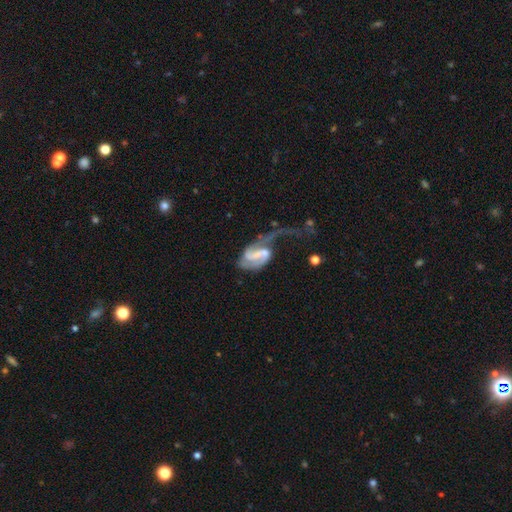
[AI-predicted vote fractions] Smooth or featured: featured or disk — 80% (smooth — 14%)
Edge-on disk: no — 98% (yes — 2%)
Bar: weak — 46% (strong — 28%)
Spiral arms: yes — 91% (no — 9%)
Spiral winding: loose — 53% (medium — 33%)
Spiral arm count: 2 — 68% (1 — 22%)
Bulge size: none — 42% (small — 29%)
Merging: major disturbance — 57% (none — 16%)